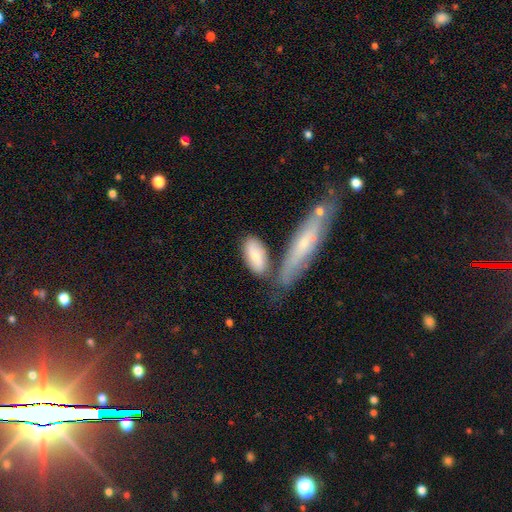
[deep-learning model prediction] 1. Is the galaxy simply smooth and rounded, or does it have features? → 75% smooth, 20% featured or disk, 6% star or artifact.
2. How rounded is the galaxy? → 80% in between, 16% cigar-shaped, 3% round.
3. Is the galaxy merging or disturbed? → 59% none, 18% merger, 17% minor disturbance, 6% major disturbance.